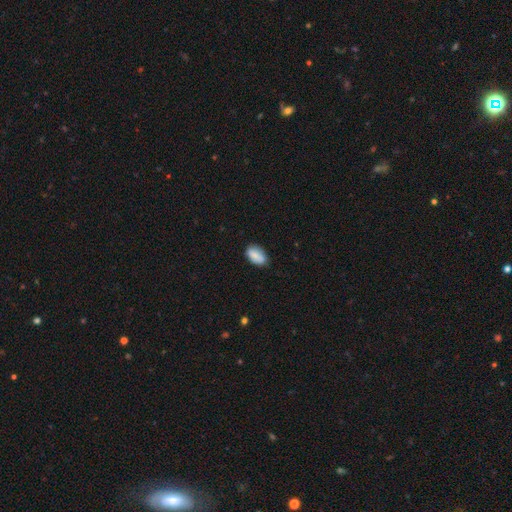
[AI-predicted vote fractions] A smooth galaxy with no disk features (80%) that is in between round and cigar-shaped (91%).

Vote fractions:
- Smooth or featured? smooth: 80% / featured or disk: 12% / star or artifact: 7%
- How rounded? in between: 91% / round: 6% / cigar-shaped: 2%
- Merging? none: 77% / minor disturbance: 18% / major disturbance: 3% / merger: 2%